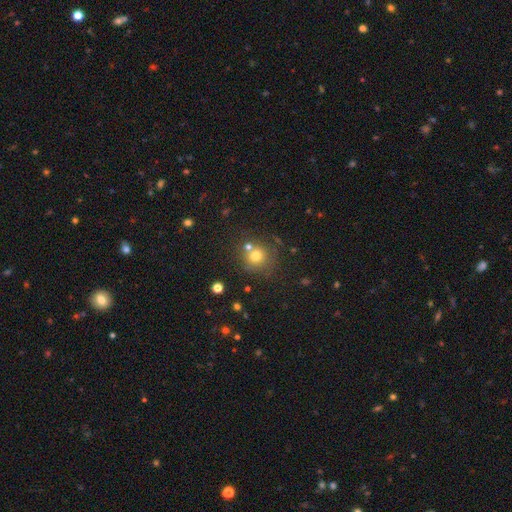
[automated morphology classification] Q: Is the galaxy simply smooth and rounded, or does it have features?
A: smooth — 73%.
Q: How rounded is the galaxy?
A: round — 90%.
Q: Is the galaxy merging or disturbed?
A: none — 66%.